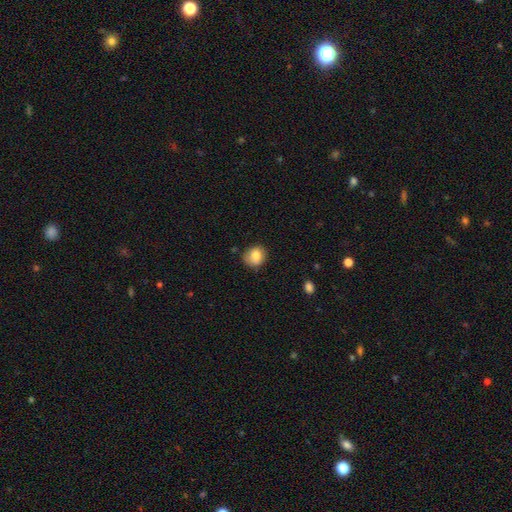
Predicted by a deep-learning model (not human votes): Overall: smooth (83%). How rounded: round (73%). Merging: none (76%).